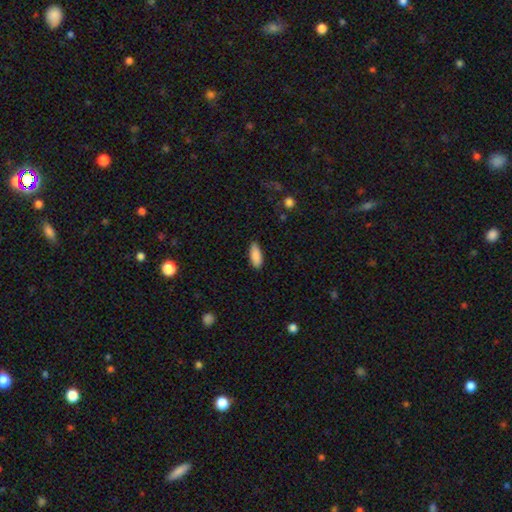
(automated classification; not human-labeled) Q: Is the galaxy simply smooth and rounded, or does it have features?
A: smooth — 88%.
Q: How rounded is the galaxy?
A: in between — 75%.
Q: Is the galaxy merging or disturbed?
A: none — 82%.